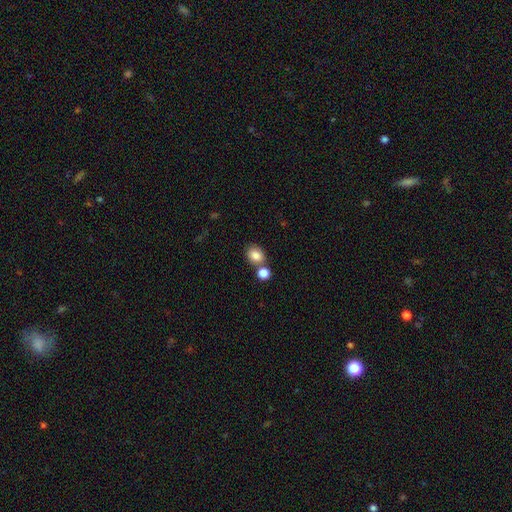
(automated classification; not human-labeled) smooth-or-featured: smooth: 84% | star or artifact: 10% | featured or disk: 7%
  how-rounded: round: 52% | in between: 47% | cigar-shaped: 1%
  merging: none: 62% | merger: 24% | minor disturbance: 11% | major disturbance: 3%